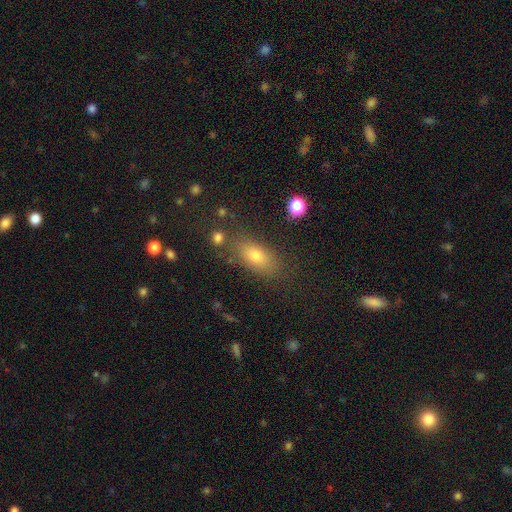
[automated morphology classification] This is likely a smooth galaxy (73%). How rounded: clearly in between (80%). Merging: likely none (77%).